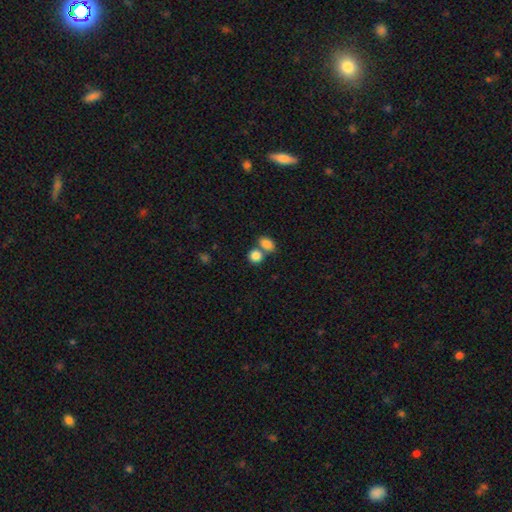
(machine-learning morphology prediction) smooth 85%, star or artifact 9%, featured or disk 6%. Down the decision tree: how rounded — round (67%); merging — none (45%).